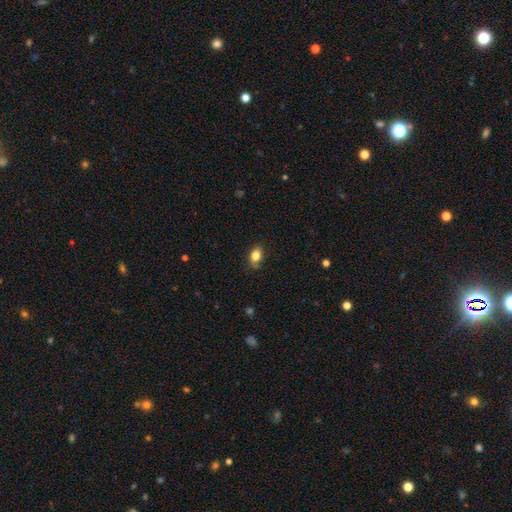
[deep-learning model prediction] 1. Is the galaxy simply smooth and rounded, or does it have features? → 83% smooth, 9% star or artifact, 8% featured or disk.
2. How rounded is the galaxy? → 78% in between, 20% round, 2% cigar-shaped.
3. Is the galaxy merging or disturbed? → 79% none, 17% minor disturbance, 3% major disturbance, 1% merger.